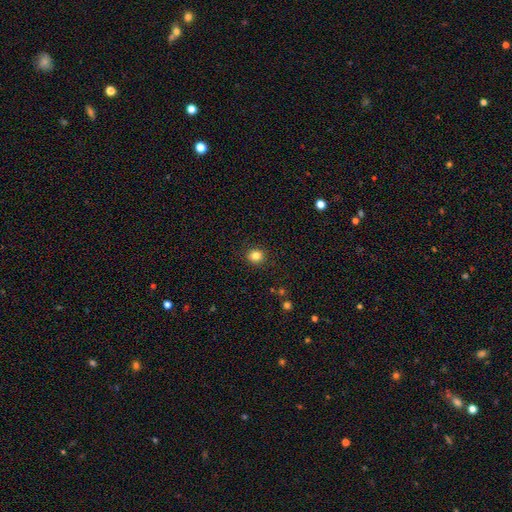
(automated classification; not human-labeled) Overall: smooth (83%). How rounded: round (83%). Merging: none (91%).